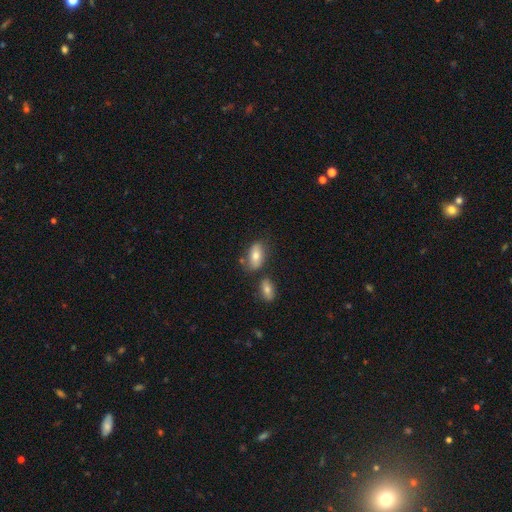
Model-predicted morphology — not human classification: Q: Smooth or featured?
A: smooth (75%); runner-up: featured or disk (18%)
Q: How rounded?
A: in between (89%); runner-up: cigar-shaped (6%)
Q: Merging?
A: none (66%); runner-up: minor disturbance (15%)